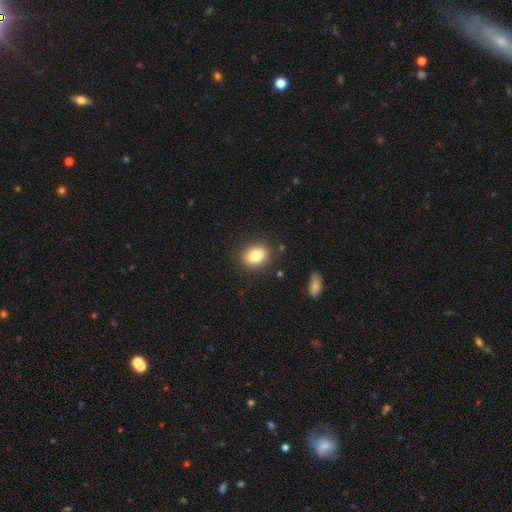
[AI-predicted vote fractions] Overall: smooth (82%). How rounded: in between (57%; round 42%). Merging: none (86%).